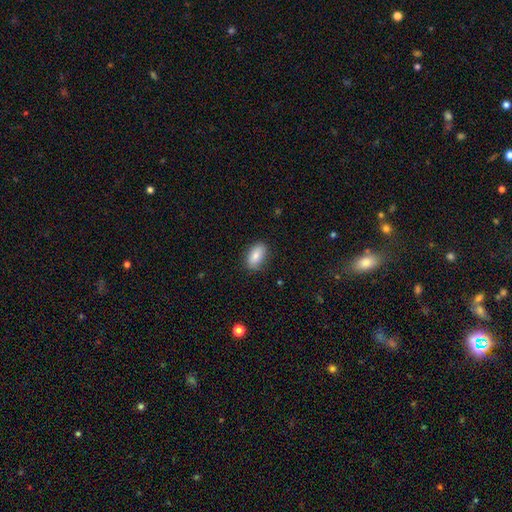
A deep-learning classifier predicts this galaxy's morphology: This is clearly a smooth galaxy (81%). How rounded: clearly in between (90%). Merging: clearly none (85%).